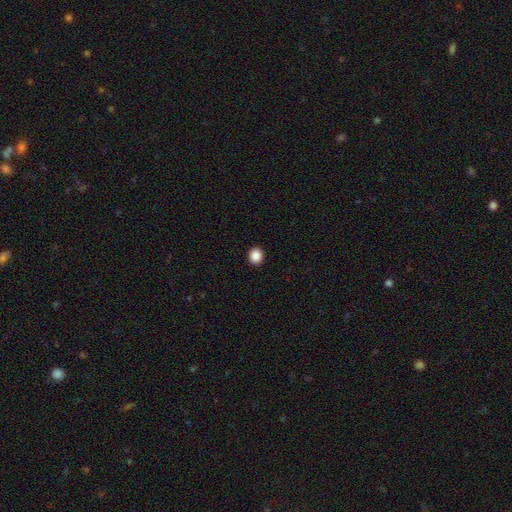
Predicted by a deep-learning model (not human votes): This appears to be a smooth galaxy with no disk features (88%) that is round (85%). Merging: none (93%).